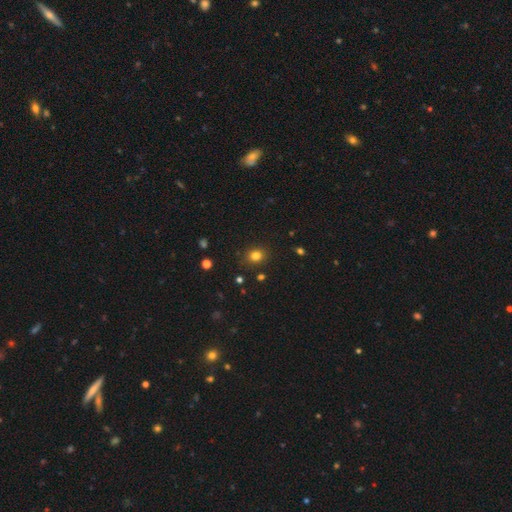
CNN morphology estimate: The model was most divided on "how rounded": round: 67%, in between: 32%, cigar-shaped: 1%. More confident: merging — none (86%); smooth or featured — smooth (80%).